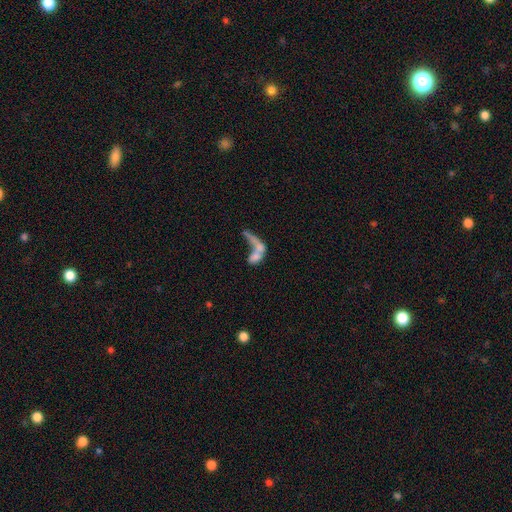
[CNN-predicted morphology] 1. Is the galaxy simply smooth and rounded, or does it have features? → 54% smooth, 35% featured or disk, 11% star or artifact.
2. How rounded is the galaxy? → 65% in between, 24% cigar-shaped, 11% round.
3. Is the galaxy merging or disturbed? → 59% merger, 21% major disturbance, 14% none, 7% minor disturbance.